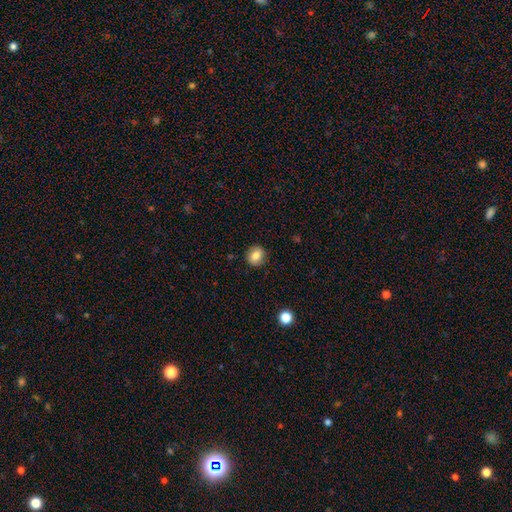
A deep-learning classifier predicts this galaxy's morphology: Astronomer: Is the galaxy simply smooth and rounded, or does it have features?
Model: smooth — 81%.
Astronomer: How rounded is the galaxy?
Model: round — 76%.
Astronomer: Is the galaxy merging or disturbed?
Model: none — 88%.